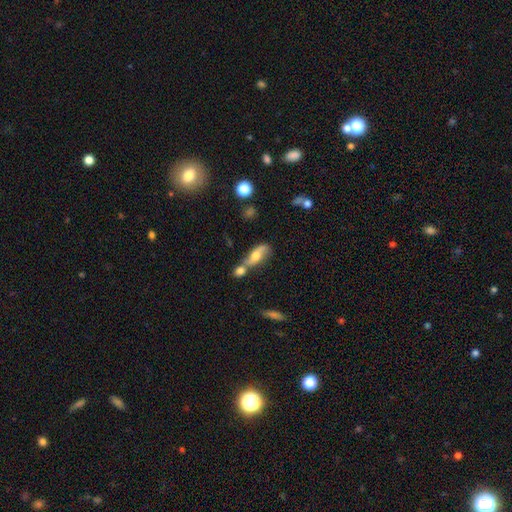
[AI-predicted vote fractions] This appears to be a smooth galaxy with no disk features (48%). Merging: merger (47%).